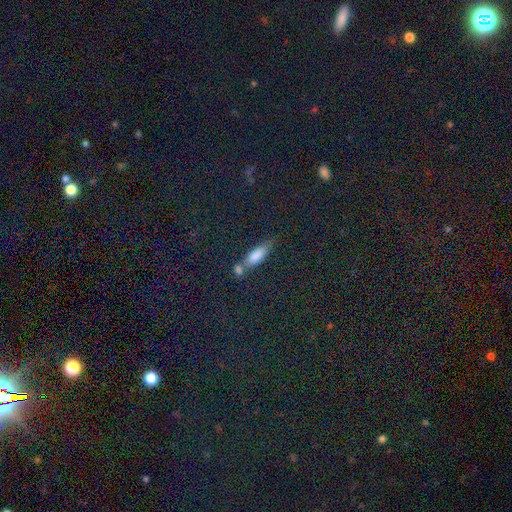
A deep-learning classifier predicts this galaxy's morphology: Smooth or featured?
  - smooth: 68% *
  - star or artifact: 20%
  - featured or disk: 13%
How rounded?
  - in between: 47% *
  - cigar-shaped: 46%
  - round: 7%
Merging?
  - none: 58% *
  - merger: 18%
  - minor disturbance: 17%
  - major disturbance: 7%